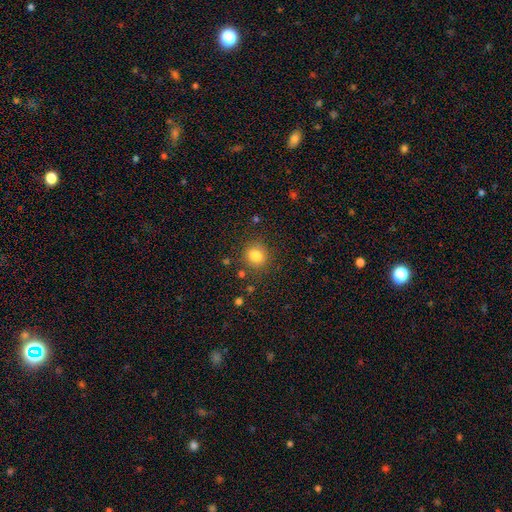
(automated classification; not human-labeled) smooth_or_featured: smooth (p=0.82) [alt: star or artifact p=0.11]
how_rounded: round (p=0.78) [alt: in between p=0.21]
merging: none (p=0.84) [alt: minor disturbance p=0.10]